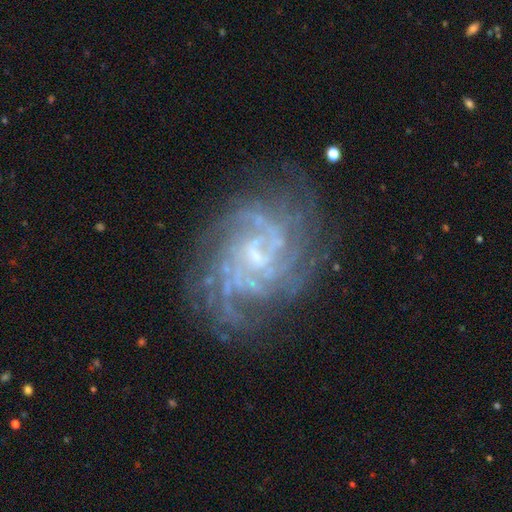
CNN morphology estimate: Smooth or featured? Predicted: featured or disk (p=0.86). Edge-on disk? Predicted: no (p=0.98). Bar? Predicted: weak (p=0.48). Spiral arms? Predicted: yes (p=0.95). Spiral winding? Predicted: tight (p=0.57). Spiral arm count? Predicted: can't tell (p=0.34). Bulge size? Predicted: small (p=0.62). Merging? Predicted: none (p=0.72).